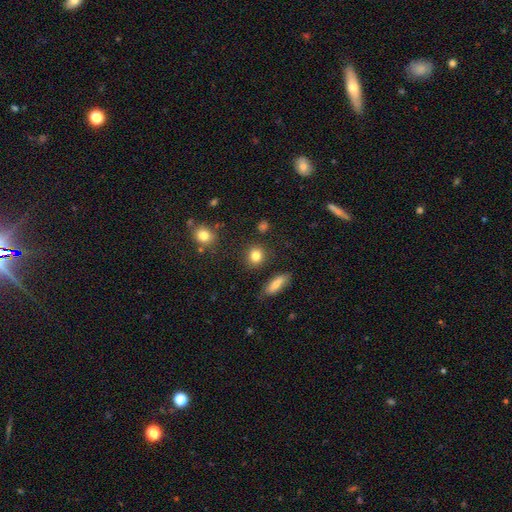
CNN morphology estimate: A smooth galaxy with no disk features (83%) that is round (81%). Merging: none (86%).